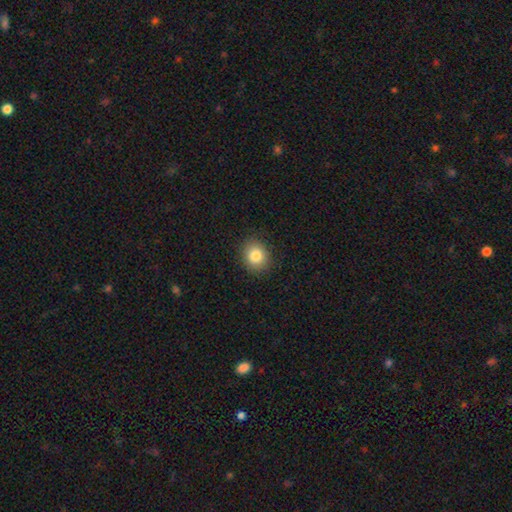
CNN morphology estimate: smooth 84%, star or artifact 10%, featured or disk 6%. Down the decision tree: how rounded — round (71%); merging — none (89%).